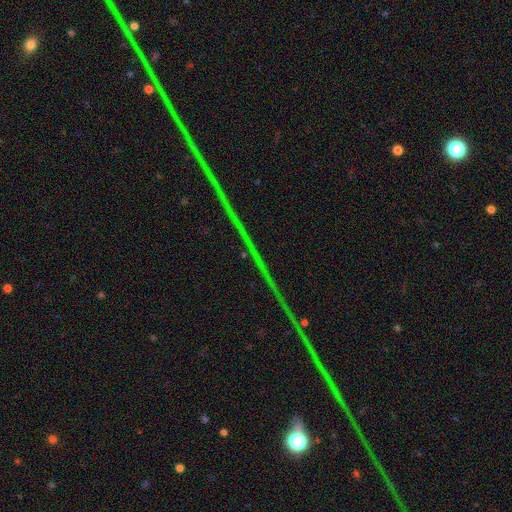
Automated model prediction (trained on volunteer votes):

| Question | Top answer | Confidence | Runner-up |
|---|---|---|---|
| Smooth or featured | star or artifact | 85% | featured or disk (9%) |